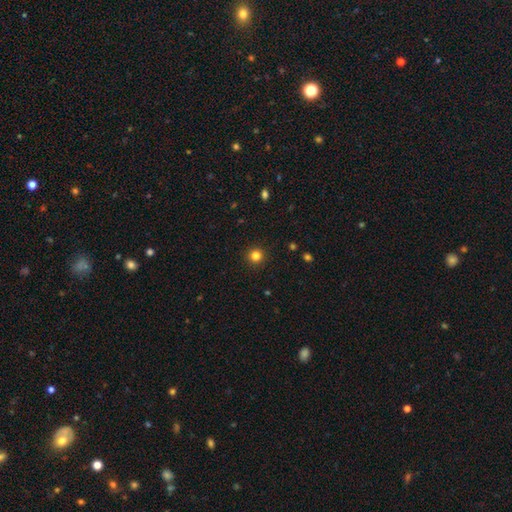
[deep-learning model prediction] This appears to be a smooth galaxy with no disk features (83%) that is round (95%). Merging: none (93%).